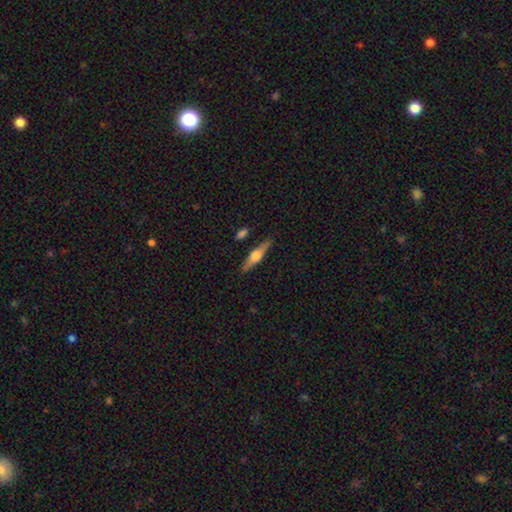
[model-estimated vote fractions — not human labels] Smooth or featured? Predicted: featured or disk (p=0.64). Edge-on disk? Predicted: yes (p=0.97). Edge-on bulge? Predicted: rounded (p=0.92). Merging? Predicted: none (p=0.88).